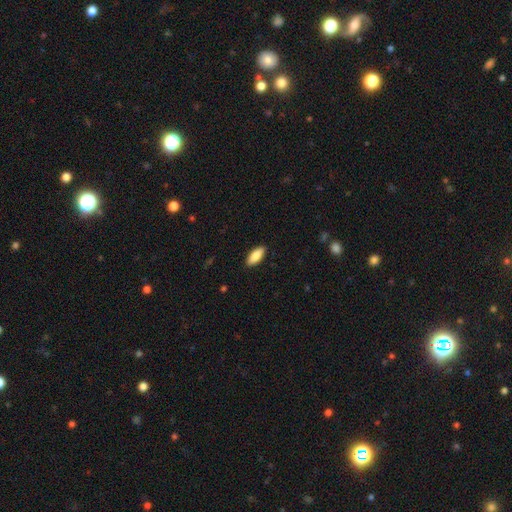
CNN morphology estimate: Q: Smooth or featured?
A: smooth (88%); runner-up: featured or disk (6%)
Q: How rounded?
A: in between (82%); runner-up: cigar-shaped (17%)
Q: Merging?
A: none (90%); runner-up: minor disturbance (8%)